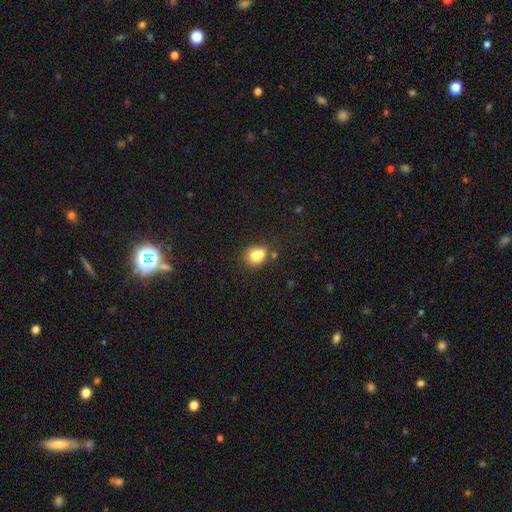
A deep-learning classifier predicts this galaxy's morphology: smooth 76%, featured or disk 14%, star or artifact 11%. Down the decision tree: how rounded — round (61%); merging — none (43%).